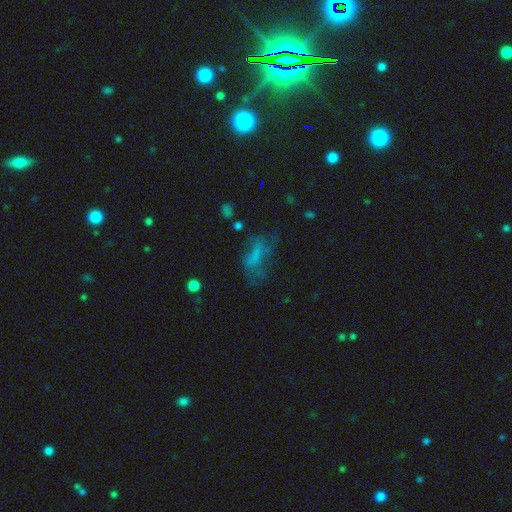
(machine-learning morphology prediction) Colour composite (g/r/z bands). It shows a smooth galaxy with no disk features (49%). Merging: none (39%).